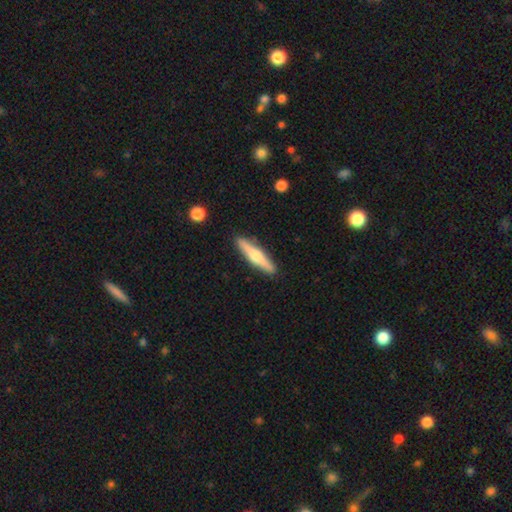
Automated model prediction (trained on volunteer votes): This is possibly a featured or disk galaxy (53%). It is clearly viewed edge-on (96%). Edge-on bulge: clearly rounded (88%). Merging: clearly none (90%).